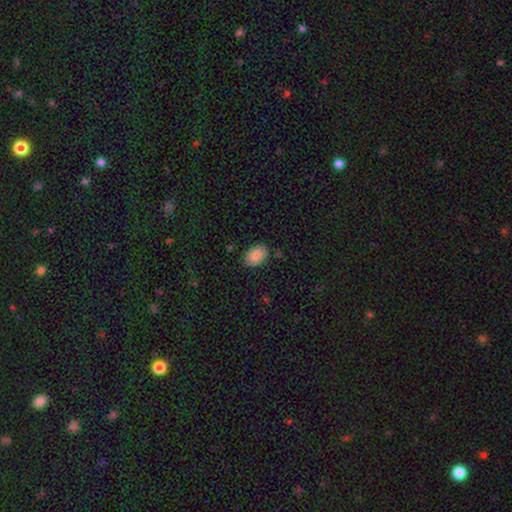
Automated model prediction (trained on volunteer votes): This is clearly a smooth galaxy (86%). How rounded: clearly in between (87%). Merging: clearly none (83%).